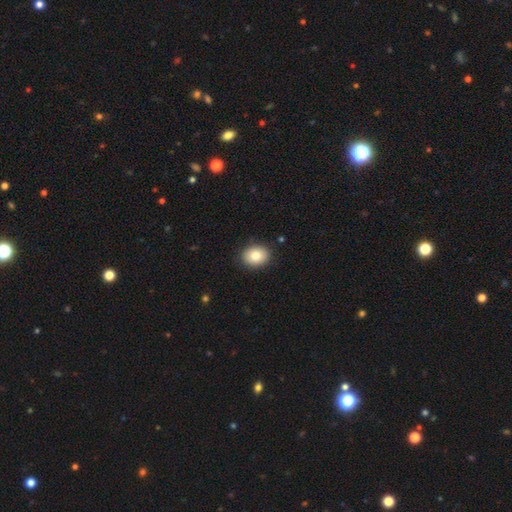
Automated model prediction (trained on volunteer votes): Morphology: type=smooth (83%); roundness=in between (56%); merging=none (89%).